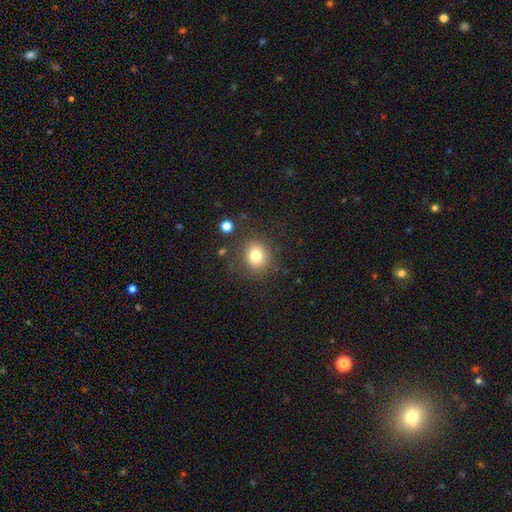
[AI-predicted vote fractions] This is likely a smooth galaxy (78%). How rounded: likely round (79%). Merging: clearly none (83%).